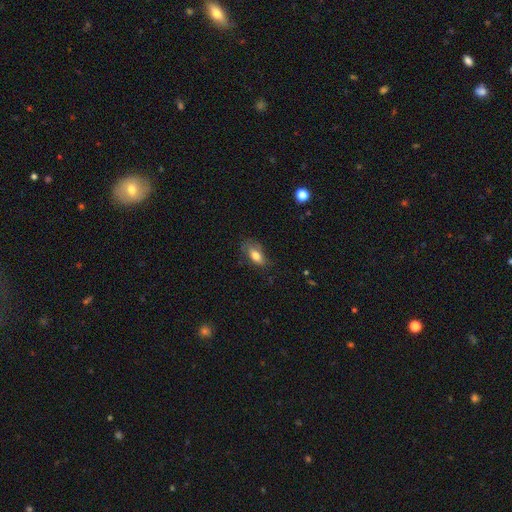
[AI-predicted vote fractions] A smooth galaxy with no disk features (77%) that is in between round and cigar-shaped (82%).

Vote fractions:
- Smooth or featured? smooth: 77% / featured or disk: 15% / star or artifact: 8%
- How rounded? in between: 82% / cigar-shaped: 13% / round: 5%
- Merging? none: 65% / minor disturbance: 25% / major disturbance: 8% / merger: 2%